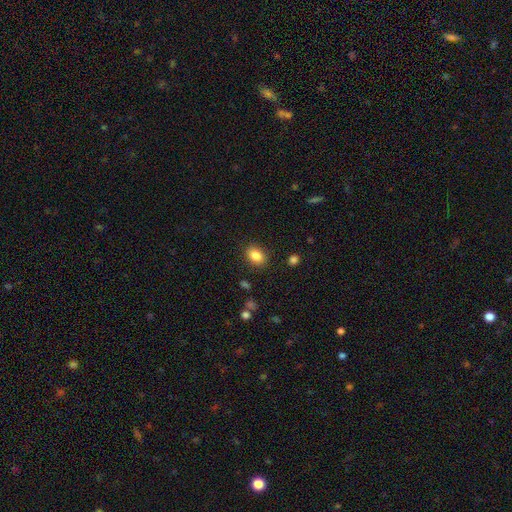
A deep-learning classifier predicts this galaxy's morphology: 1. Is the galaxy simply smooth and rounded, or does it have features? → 85% smooth, 9% star or artifact, 6% featured or disk.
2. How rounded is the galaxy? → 70% in between, 28% round, 1% cigar-shaped.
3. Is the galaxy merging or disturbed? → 86% none, 9% minor disturbance, 3% major disturbance, 1% merger.